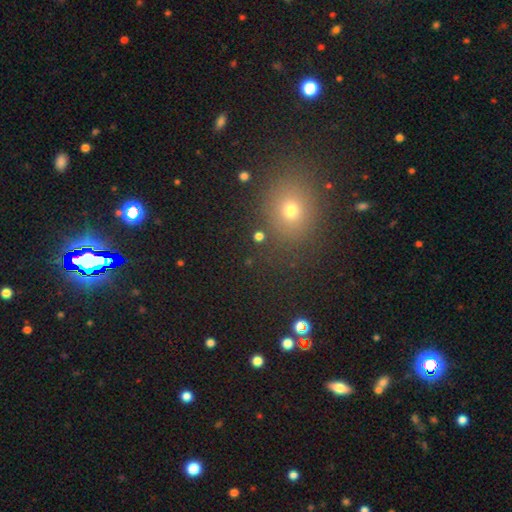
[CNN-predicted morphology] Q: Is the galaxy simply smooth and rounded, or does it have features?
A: smooth — 51%.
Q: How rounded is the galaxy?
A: round — 66%.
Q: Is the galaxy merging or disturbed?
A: none — 88%.